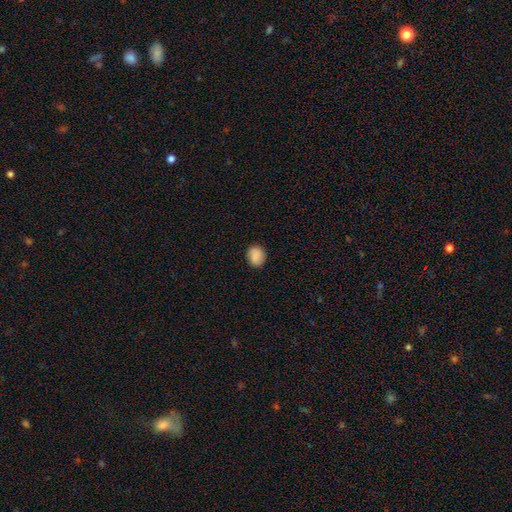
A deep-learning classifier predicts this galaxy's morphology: This appears to be a smooth galaxy with no disk features (88%) that is round (63%). Merging: none (87%).